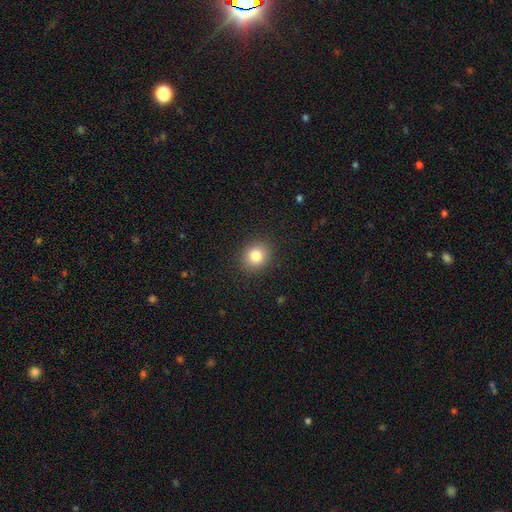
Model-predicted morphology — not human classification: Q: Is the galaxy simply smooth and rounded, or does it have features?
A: smooth — 82%.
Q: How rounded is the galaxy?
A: round — 74%.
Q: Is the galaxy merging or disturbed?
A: none — 90%.